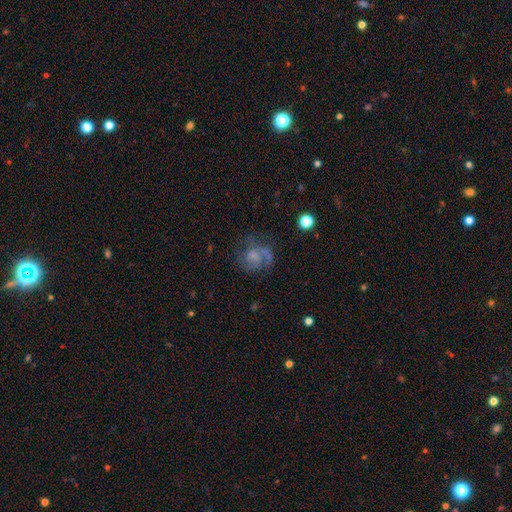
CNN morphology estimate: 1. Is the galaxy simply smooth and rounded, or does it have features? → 57% featured or disk, 30% smooth, 13% star or artifact.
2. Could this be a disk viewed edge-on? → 98% no, 2% yes.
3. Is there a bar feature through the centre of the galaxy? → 73% no, 23% weak, 4% strong.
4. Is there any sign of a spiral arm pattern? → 69% yes, 31% no.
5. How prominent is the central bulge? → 48% none, 25% small, 20% moderate, 6% large, 2% dominant.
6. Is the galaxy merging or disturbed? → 45% none, 29% major disturbance, 20% minor disturbance, 6% merger.